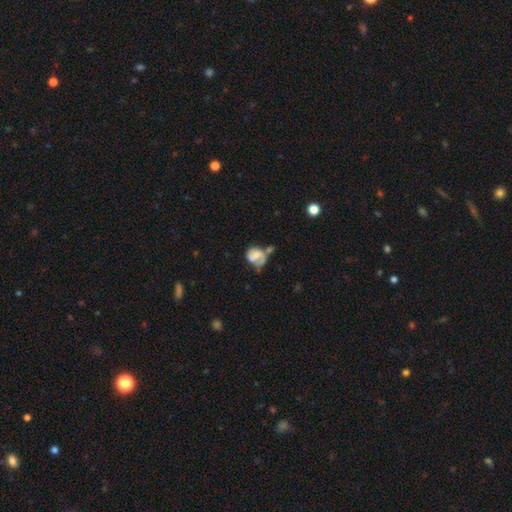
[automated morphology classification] Smooth or featured?
  - featured or disk: 47% *
  - smooth: 44%
  - star or artifact: 9%
Merging?
  - none: 27% *
  - major disturbance: 25%
  - merger: 25%
  - minor disturbance: 23%